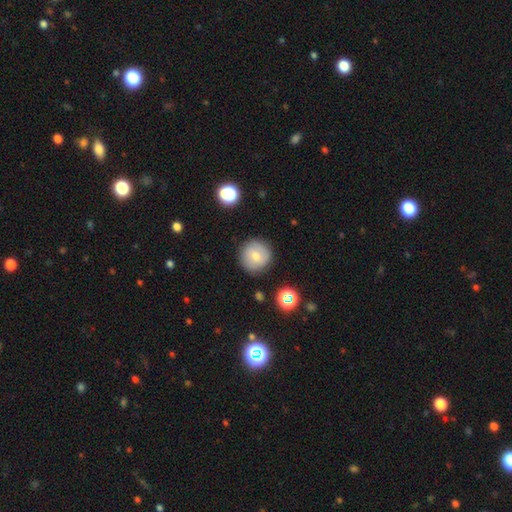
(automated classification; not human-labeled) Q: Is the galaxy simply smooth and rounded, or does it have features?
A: smooth — 66%.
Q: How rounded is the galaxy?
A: round — 94%.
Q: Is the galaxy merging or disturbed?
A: none — 86%.